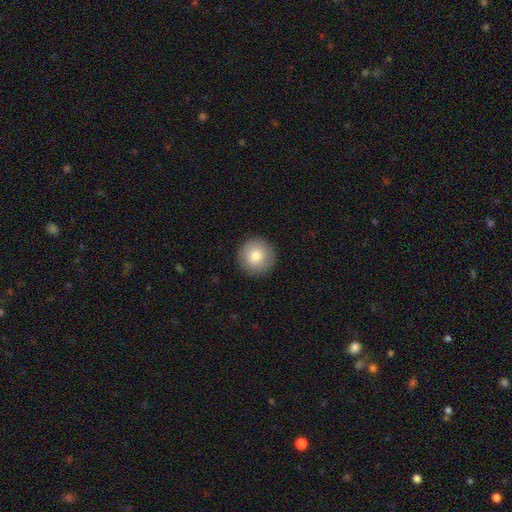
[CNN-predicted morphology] smooth-or-featured: smooth: 81% | featured or disk: 11% | star or artifact: 8%
  how-rounded: round: 96% | in between: 3% | cigar-shaped: 1%
  merging: none: 91% | minor disturbance: 6% | major disturbance: 2% | merger: 1%